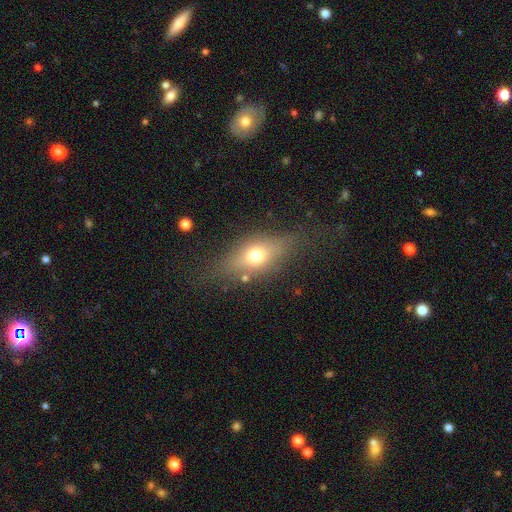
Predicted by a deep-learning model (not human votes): The model was most divided on "smooth or featured": smooth: 61%, featured or disk: 27%, star or artifact: 12%. More confident: merging — none (69%); how rounded — in between (68%).